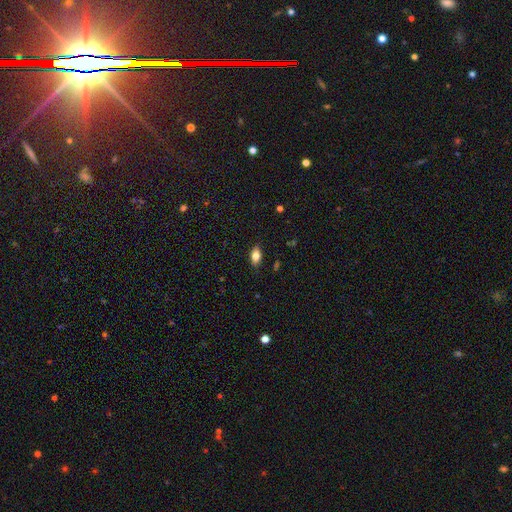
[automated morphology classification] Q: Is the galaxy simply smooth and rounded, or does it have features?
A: smooth — 73%.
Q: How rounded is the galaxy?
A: in between — 85%.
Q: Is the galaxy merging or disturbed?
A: none — 83%.